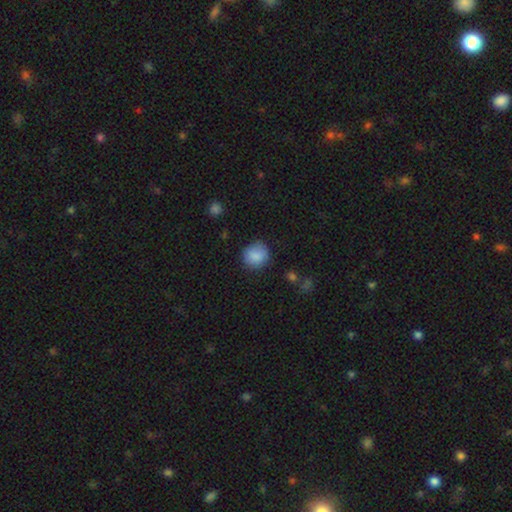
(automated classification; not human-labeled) A smooth galaxy with no disk features (86%) that is round (86%).

Vote fractions:
- Smooth or featured? smooth: 86% / star or artifact: 8% / featured or disk: 6%
- How rounded? round: 86% / in between: 13% / cigar-shaped: 1%
- Merging? none: 80% / minor disturbance: 15% / major disturbance: 4% / merger: 1%